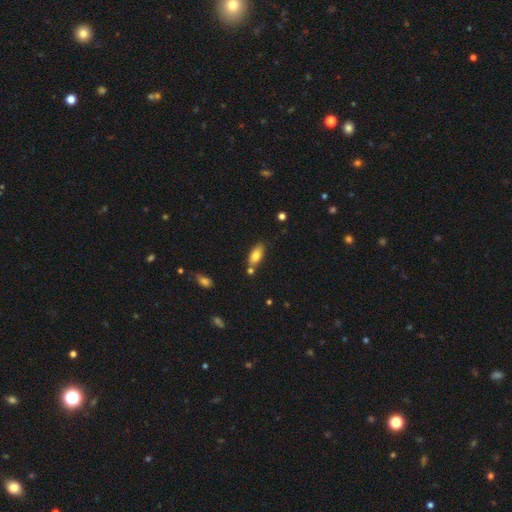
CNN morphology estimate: This is clearly a smooth galaxy (80%). How rounded: clearly in between (86%). Merging: likely none (69%).